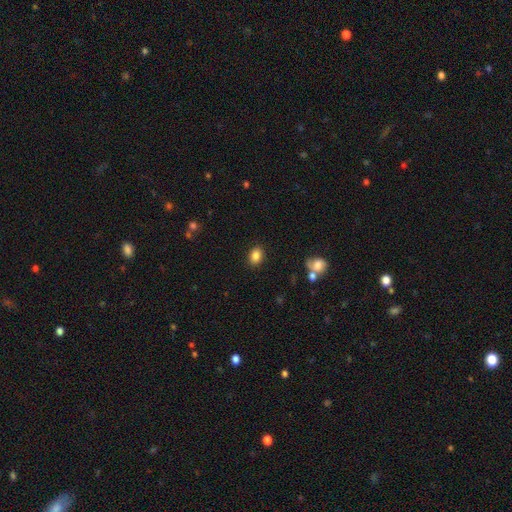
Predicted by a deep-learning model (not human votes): A smooth galaxy with no disk features (85%) that is in between round and cigar-shaped (68%). Merging: none (87%).